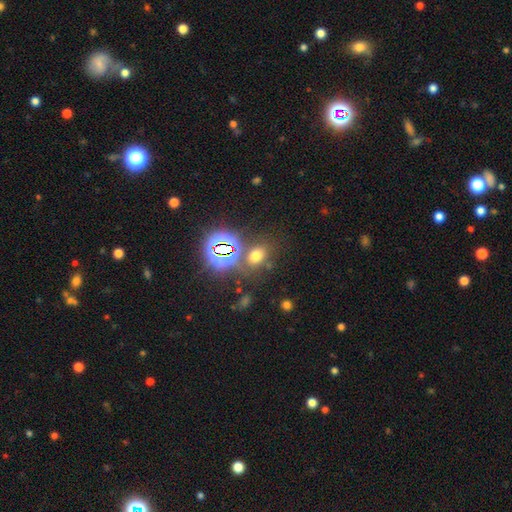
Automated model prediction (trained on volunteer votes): The model was most divided on "smooth or featured": smooth: 58%, star or artifact: 34%, featured or disk: 8%. More confident: merging — none (72%); how rounded — in between (62%).